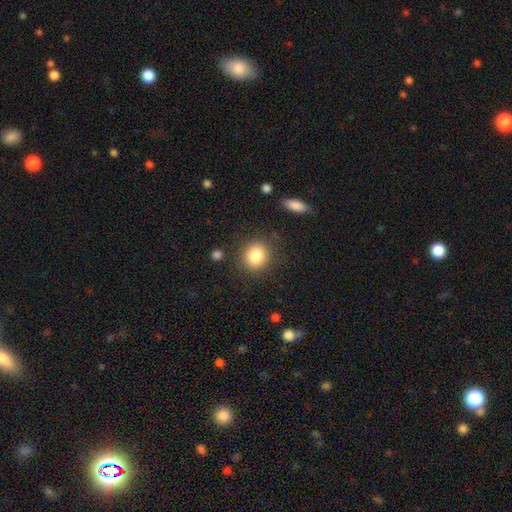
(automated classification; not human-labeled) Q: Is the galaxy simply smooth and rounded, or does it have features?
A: smooth — 83%.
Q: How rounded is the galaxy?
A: round — 82%.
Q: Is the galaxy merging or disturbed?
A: none — 85%.